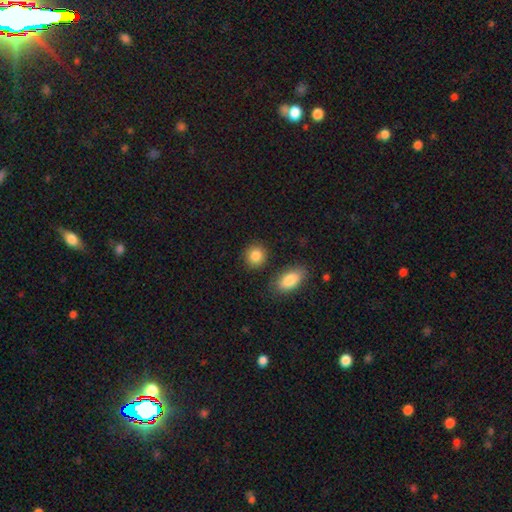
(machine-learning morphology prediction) type=smooth (87%); roundness=round (78%); merging=none (83%).